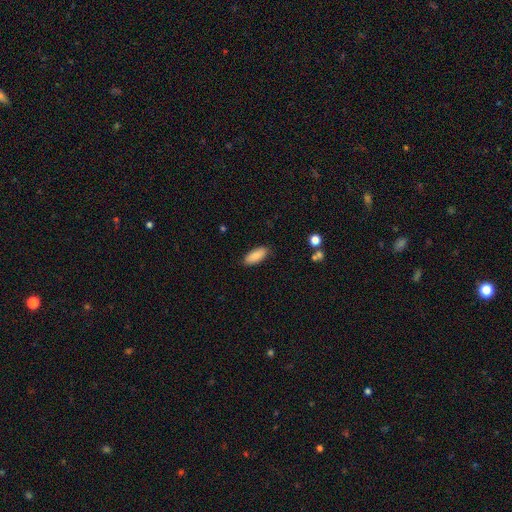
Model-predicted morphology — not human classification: This is clearly a smooth galaxy (87%). How rounded: clearly in between (82%). Merging: clearly none (86%).